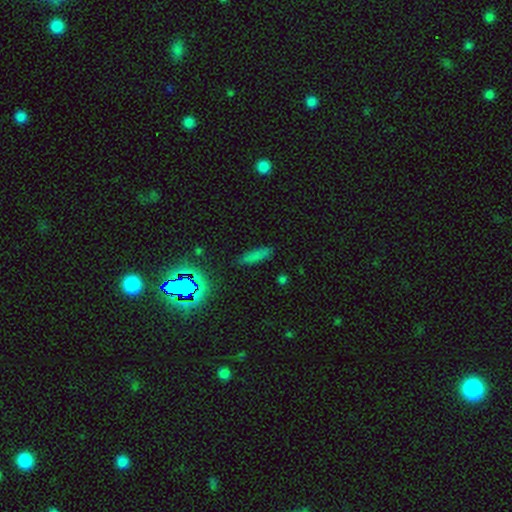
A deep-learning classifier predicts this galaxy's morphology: Smooth or featured?
  - smooth: 71% *
  - star or artifact: 19%
  - featured or disk: 10%
How rounded?
  - cigar-shaped: 66% *
  - in between: 31%
  - round: 3%
Merging?
  - none: 83% *
  - minor disturbance: 12%
  - major disturbance: 3%
  - merger: 2%